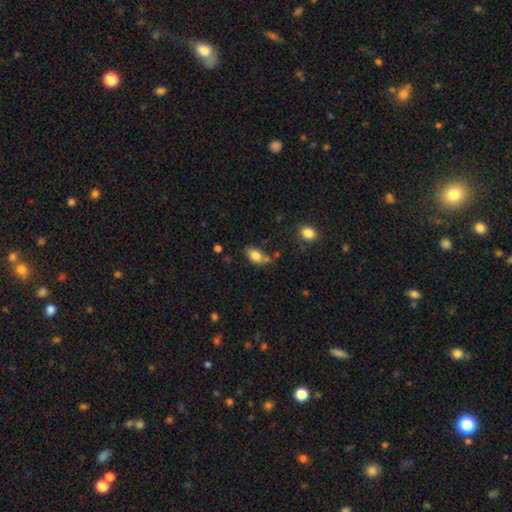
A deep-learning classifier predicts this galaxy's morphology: Smooth or featured? smooth (82%)
How rounded? in between (86%)
Merging? none (58%)